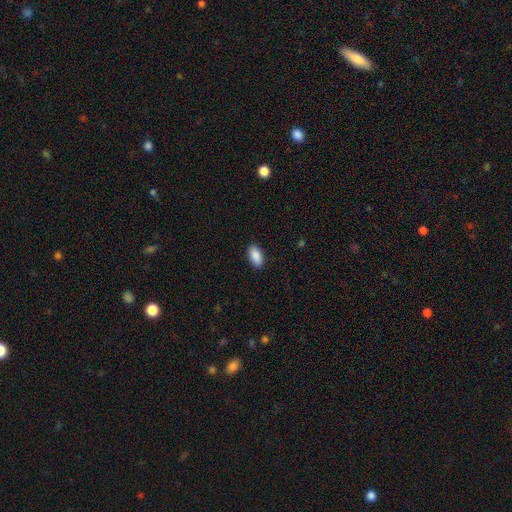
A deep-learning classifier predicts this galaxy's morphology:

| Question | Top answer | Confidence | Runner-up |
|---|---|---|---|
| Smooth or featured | smooth | 90% | star or artifact (6%) |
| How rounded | in between | 93% | cigar-shaped (5%) |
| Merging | none | 89% | minor disturbance (8%) |